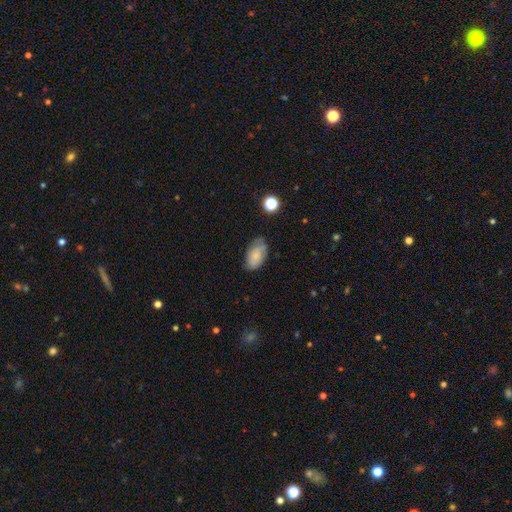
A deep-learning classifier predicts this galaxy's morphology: Smooth or featured? smooth (71%)
How rounded? in between (92%)
Merging? none (60%)